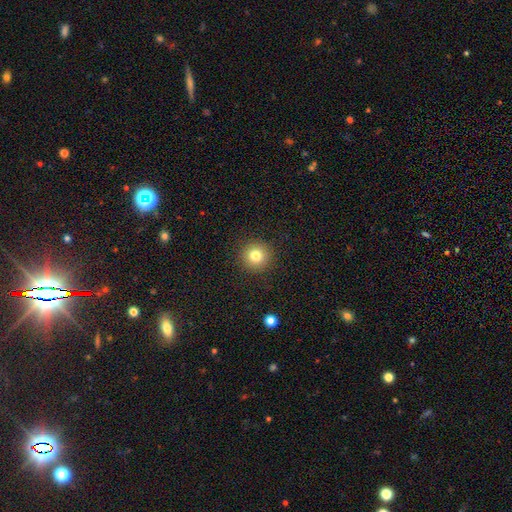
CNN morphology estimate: Smooth or featured: smooth — 81% (star or artifact — 11%)
How rounded: round — 95% (in between — 4%)
Merging: none — 92% (minor disturbance — 5%)